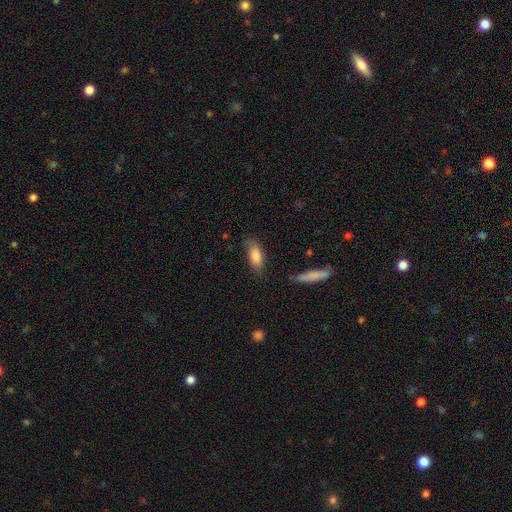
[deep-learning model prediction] A smooth galaxy with no disk features (83%) that is in between round and cigar-shaped (78%). Merging: none (69%).